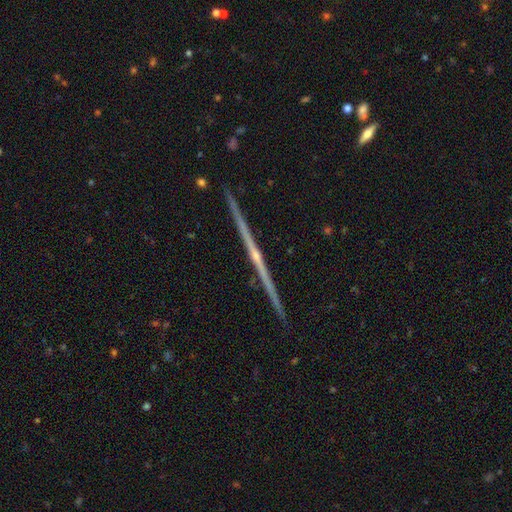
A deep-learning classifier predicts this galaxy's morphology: Smooth or featured: featured or disk — 81% (smooth — 11%)
Edge-on disk: yes — 98% (no — 2%)
Edge-on bulge: none — 46% (tied with rounded — 46%)
Merging: none — 92% (minor disturbance — 6%)